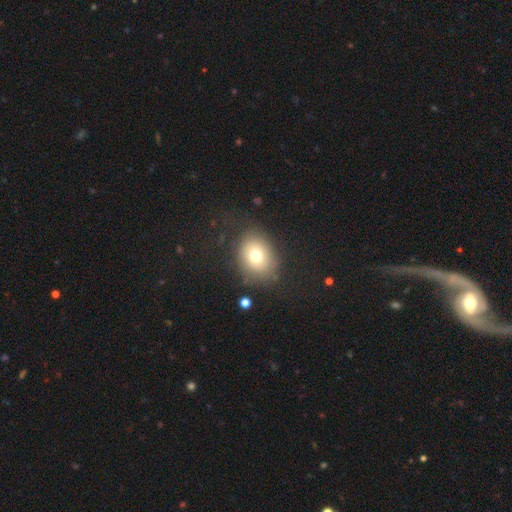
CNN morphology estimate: smooth-or-featured: smooth: 72% | featured or disk: 15% | star or artifact: 13%
  how-rounded: round: 55% | in between: 44% | cigar-shaped: 1%
  merging: none: 76% | minor disturbance: 15% | major disturbance: 8% | merger: 2%